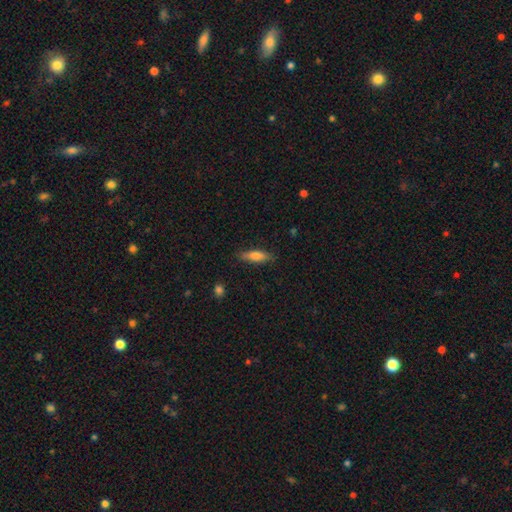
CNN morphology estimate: type=smooth (74%); roundness=cigar-shaped (54%); merging=none (84%).